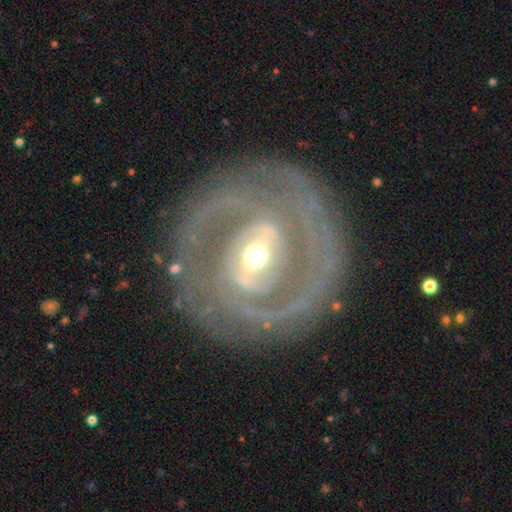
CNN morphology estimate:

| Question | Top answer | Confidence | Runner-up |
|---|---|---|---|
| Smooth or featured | featured or disk | 87% | smooth (8%) |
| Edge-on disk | no | 96% | yes (4%) |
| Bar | weak | 38% | strong (37%) |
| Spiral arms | yes | 87% | no (13%) |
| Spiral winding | tight | 51% | medium (37%) |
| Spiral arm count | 2 | 67% | can't tell (14%) |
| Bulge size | moderate | 62% | small (26%) |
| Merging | none | 77% | minor disturbance (13%) |